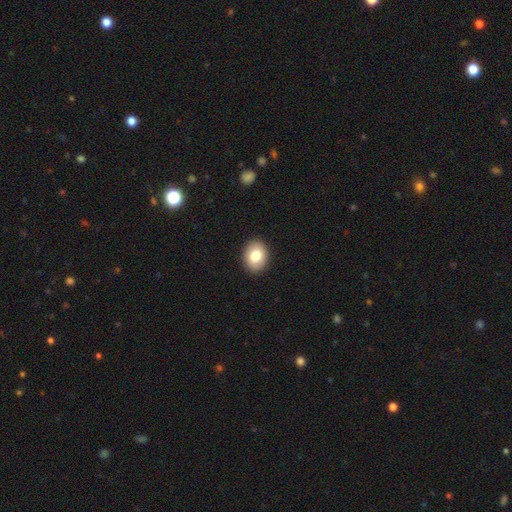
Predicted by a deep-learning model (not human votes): Smooth or featured? Predicted: smooth (p=0.83). How rounded? Predicted: in between (p=0.65). Merging? Predicted: none (p=0.91).